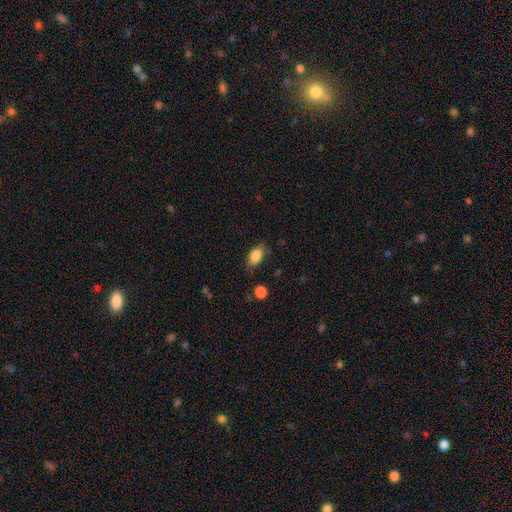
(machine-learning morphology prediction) Smooth or featured: smooth — 82% (featured or disk — 10%)
How rounded: in between — 87% (round — 8%)
Merging: none — 75% (minor disturbance — 19%)